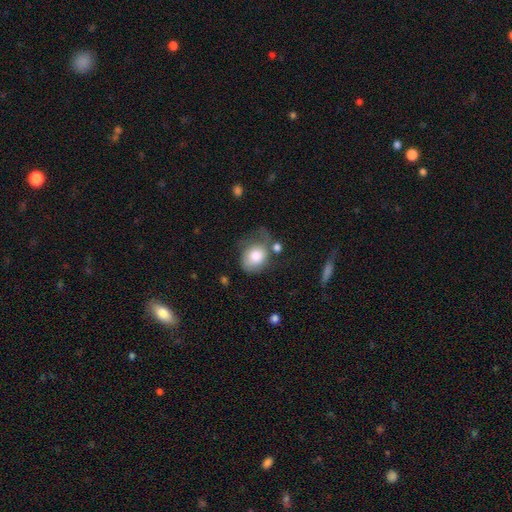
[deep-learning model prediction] smooth_or_featured: smooth (p=0.74) [alt: featured or disk p=0.19]
how_rounded: round (p=0.52) [alt: in between p=0.47]
merging: none (p=0.34) [alt: minor disturbance p=0.29]